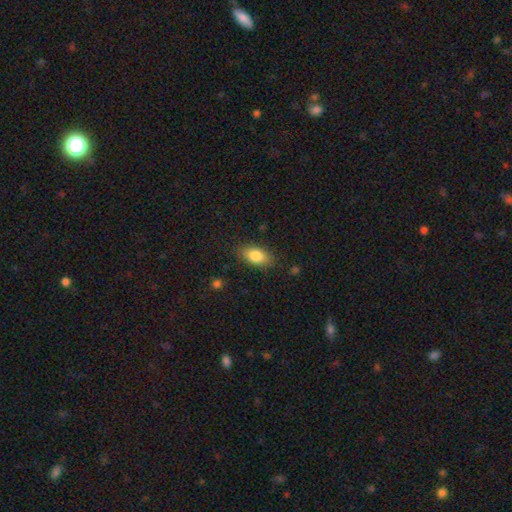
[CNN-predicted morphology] smooth_or_featured: smooth (p=0.84) [alt: featured or disk p=0.09]
how_rounded: in between (p=0.89) [alt: round p=0.06]
merging: none (p=0.84) [alt: minor disturbance p=0.12]